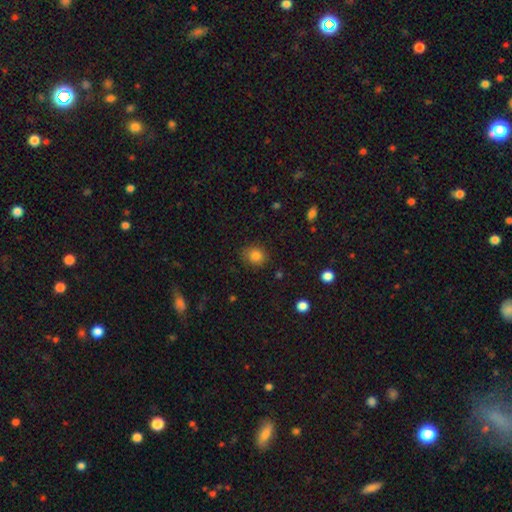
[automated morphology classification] This appears to be a smooth galaxy with no disk features (83%) that is round (70%). Merging: none (83%).